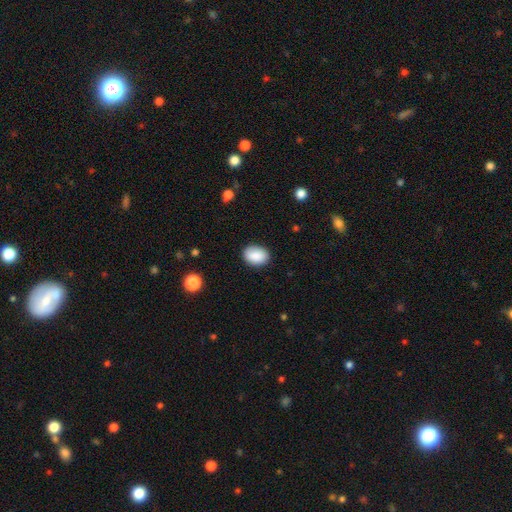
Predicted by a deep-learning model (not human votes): Morphology: type=smooth (89%); roundness=in between (77%); merging=none (86%).